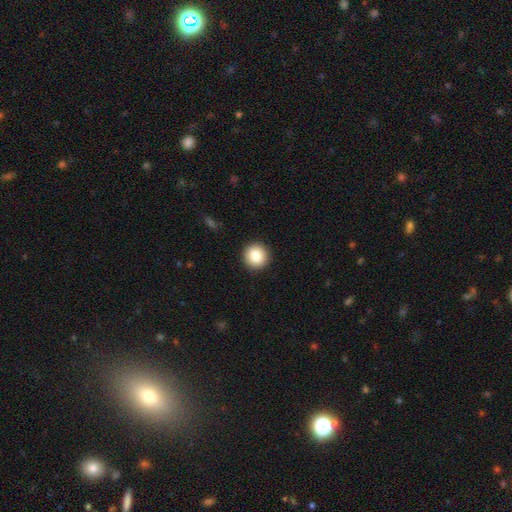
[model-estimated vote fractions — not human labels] A smooth galaxy with no disk features (85%) that is round (94%). Merging: none (93%).